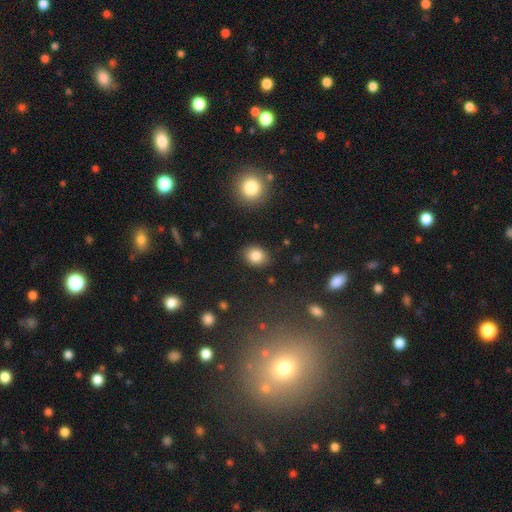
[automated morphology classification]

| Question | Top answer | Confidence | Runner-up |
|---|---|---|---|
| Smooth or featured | smooth | 85% | star or artifact (9%) |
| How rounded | in between | 54% | round (45%) |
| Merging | none | 85% | minor disturbance (10%) |